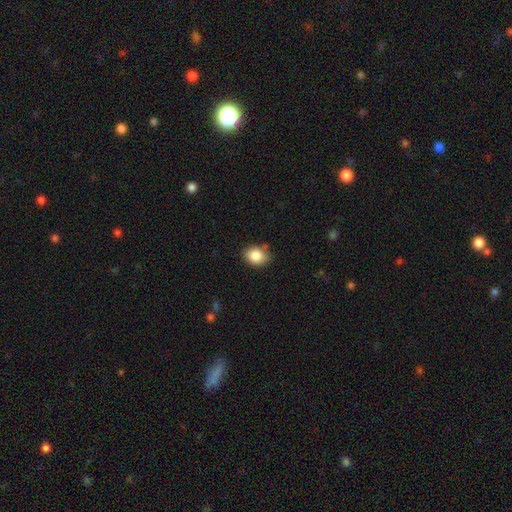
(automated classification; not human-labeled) Overall: smooth (86%). How rounded: in between (60%; round 39%). Merging: none (78%).